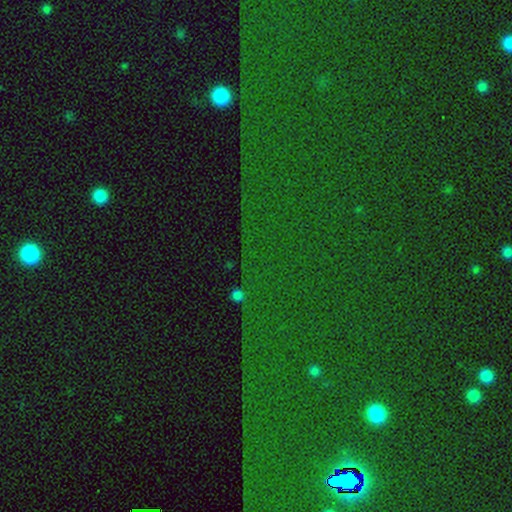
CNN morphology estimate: This appears to be a star or artifact, not a galaxy (82%).